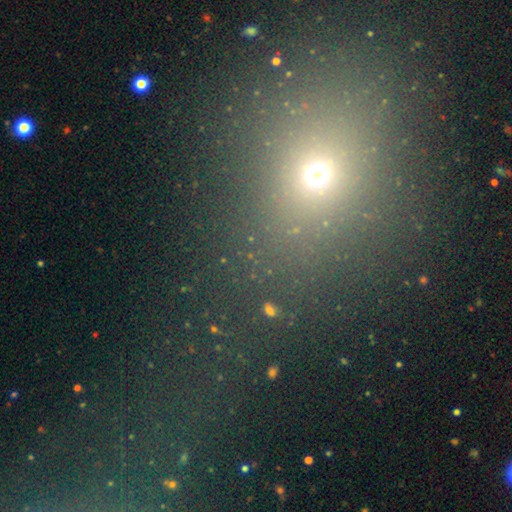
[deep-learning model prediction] This is possibly a smooth galaxy (50%). Merging: likely none (67%).